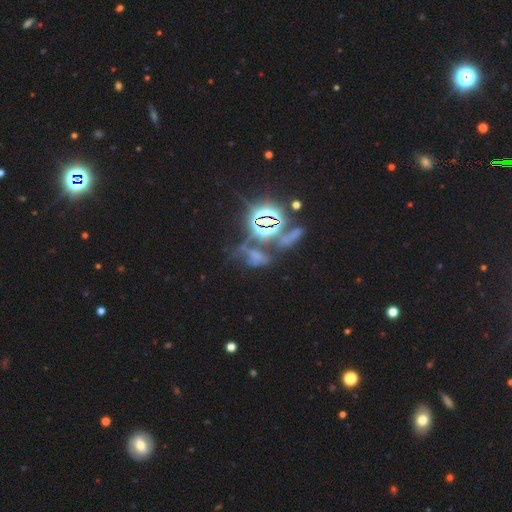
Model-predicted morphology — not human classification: smooth_or_featured: star or artifact (p=0.52) [alt: smooth p=0.26]